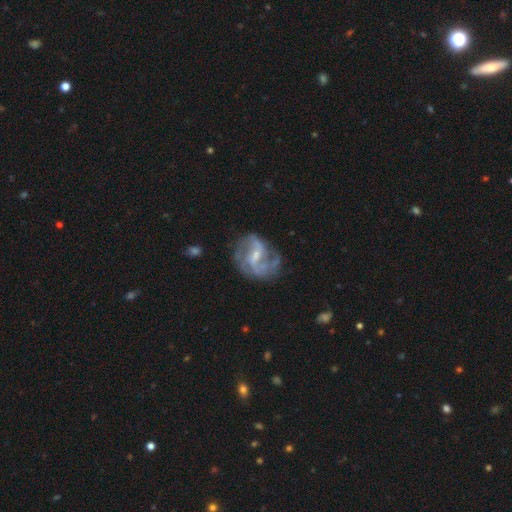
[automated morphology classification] A featured or disk galaxy (84%) with a weak bar (57%), 2 (61%) medium (49%) spiral arms (92%) and a small central bulge (51%). Merging: none (58%).